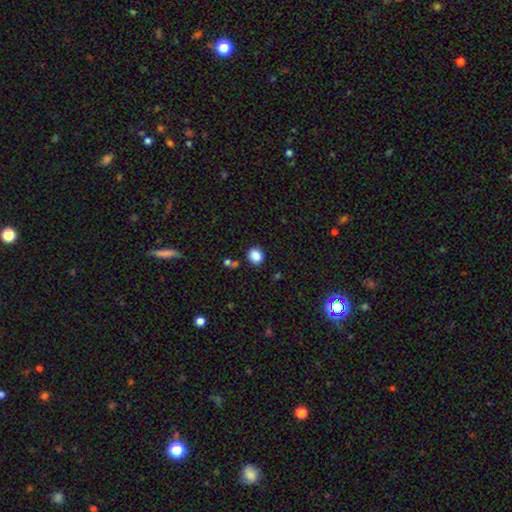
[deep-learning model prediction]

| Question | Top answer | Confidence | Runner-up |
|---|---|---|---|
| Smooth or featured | smooth | 86% | star or artifact (10%) |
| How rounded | round | 73% | in between (26%) |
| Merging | none | 82% | minor disturbance (11%) |